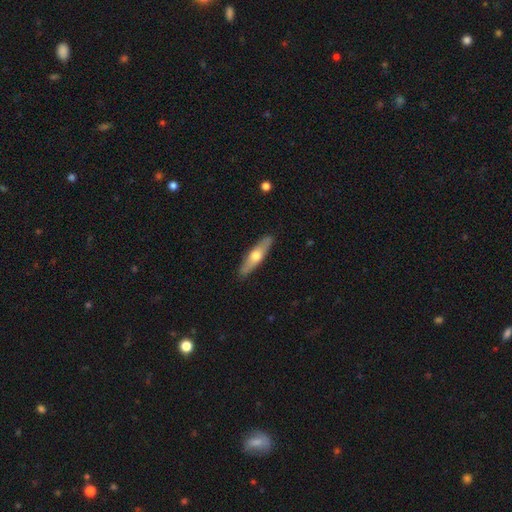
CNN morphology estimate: A featured or disk galaxy (47%, tied with smooth). Merging: none (90%).